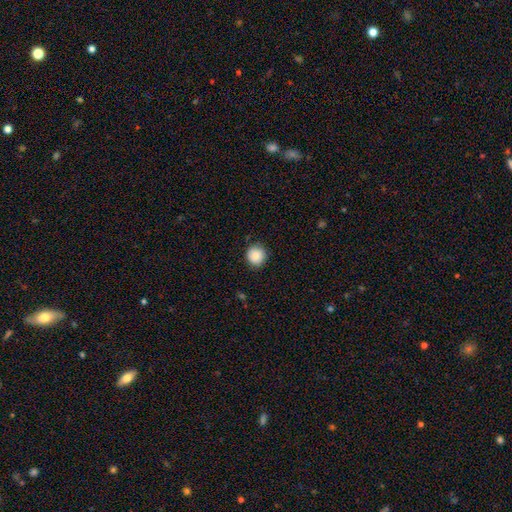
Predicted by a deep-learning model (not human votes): Smooth or featured? Predicted: smooth (p=0.88). How rounded? Predicted: round (p=0.92). Merging? Predicted: none (p=0.87).